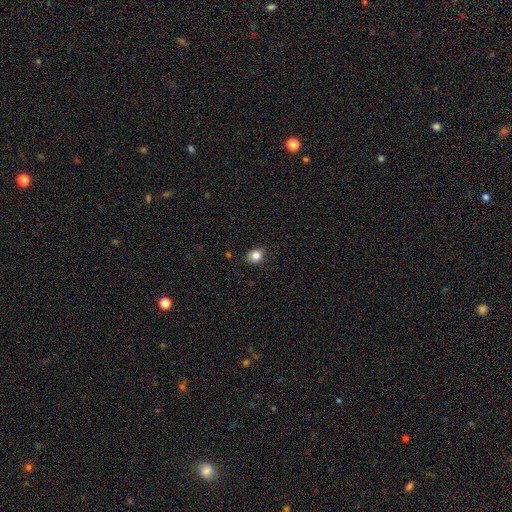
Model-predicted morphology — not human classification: A smooth galaxy with no disk features (83%) that is round (65%). Merging: none (82%).